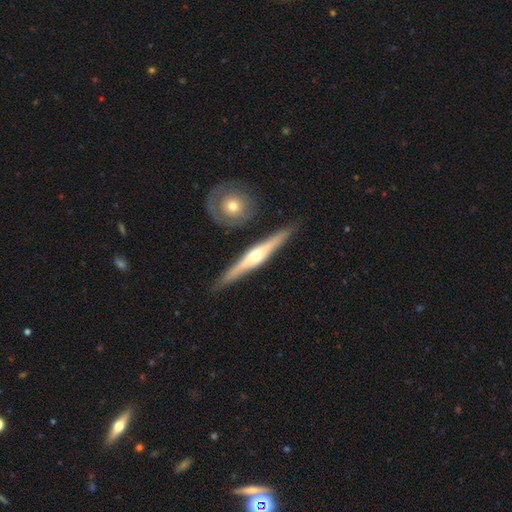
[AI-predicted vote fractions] Morphology: type=featured or disk (74%); edge-on=yes (96%); edge-on bulge=rounded (91%); merging=none (88%).